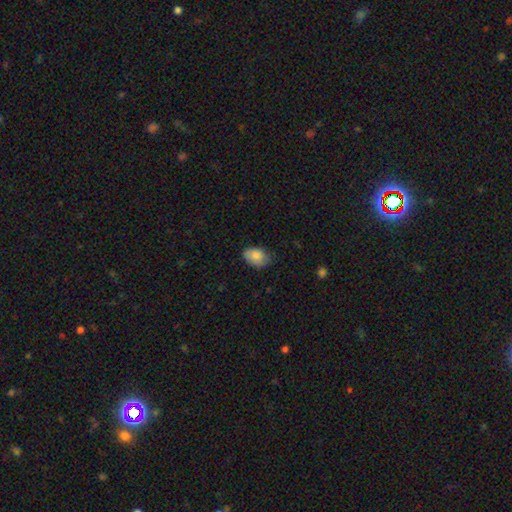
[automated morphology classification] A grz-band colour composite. It shows a smooth galaxy with no disk features (83%) that is in between round and cigar-shaped (82%). Merging: none (67%).